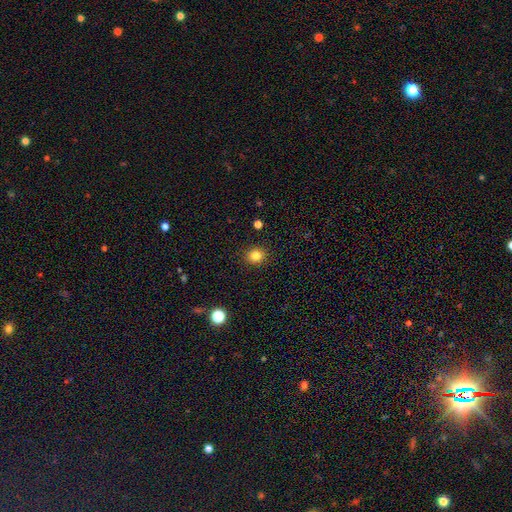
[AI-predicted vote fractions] Smooth or featured? Predicted: smooth (p=0.82). How rounded? Predicted: round (p=0.83). Merging? Predicted: none (p=0.91).